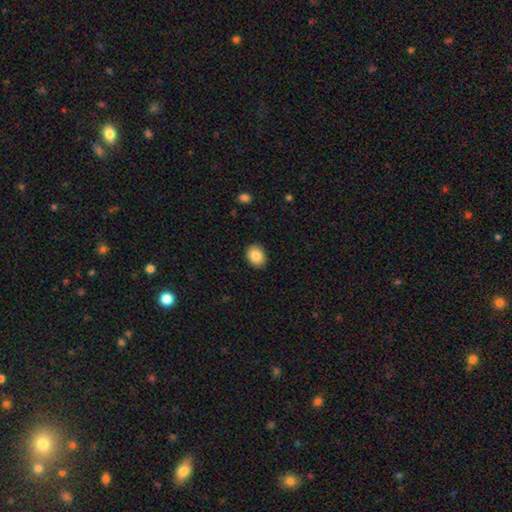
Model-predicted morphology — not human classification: smooth_or_featured: smooth (p=0.85) [alt: star or artifact p=0.08]
how_rounded: in between (p=0.55) [alt: round p=0.44]
merging: none (p=0.90) [alt: minor disturbance p=0.07]